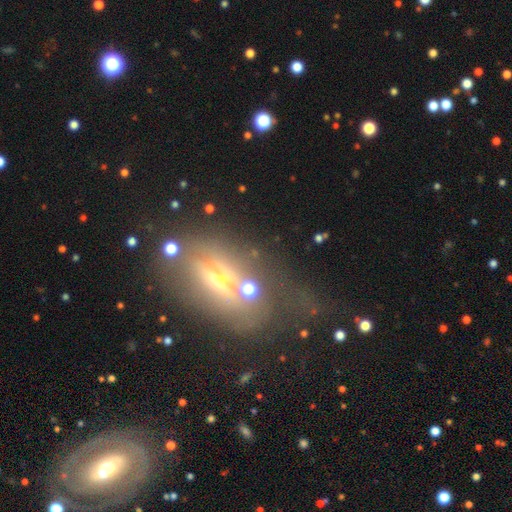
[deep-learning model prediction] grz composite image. It shows a featured or disk galaxy (38%). Merging: none (44%).